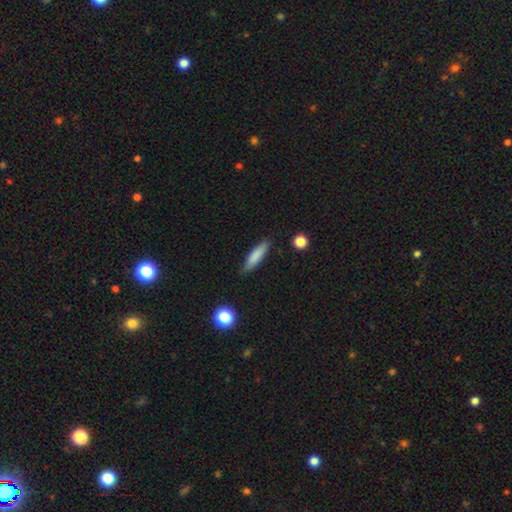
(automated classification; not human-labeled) smooth-or-featured: smooth: 81% | featured or disk: 12% | star or artifact: 7%
  how-rounded: cigar-shaped: 70% | in between: 29% | round: 2%
  merging: none: 82% | minor disturbance: 13% | major disturbance: 3% | merger: 2%